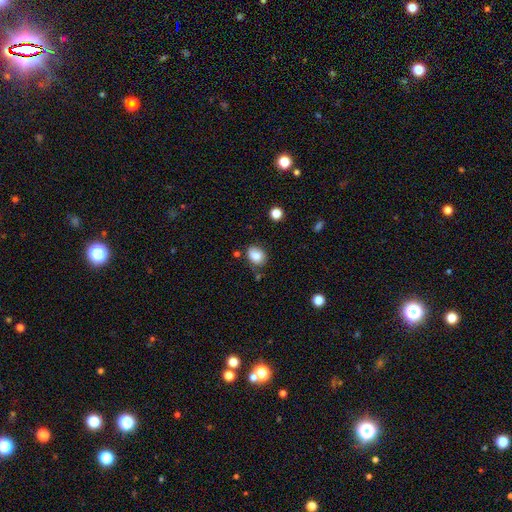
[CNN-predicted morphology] type=smooth (83%); roundness=in between (62%); merging=none (69%).